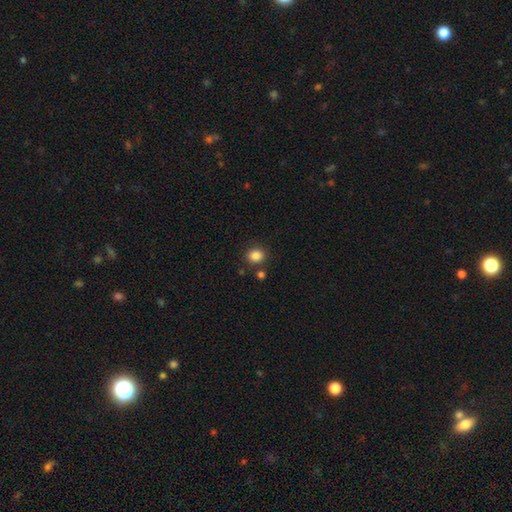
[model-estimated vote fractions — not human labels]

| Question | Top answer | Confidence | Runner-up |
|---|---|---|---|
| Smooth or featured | smooth | 86% | star or artifact (10%) |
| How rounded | round | 69% | in between (30%) |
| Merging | none | 82% | minor disturbance (9%) |